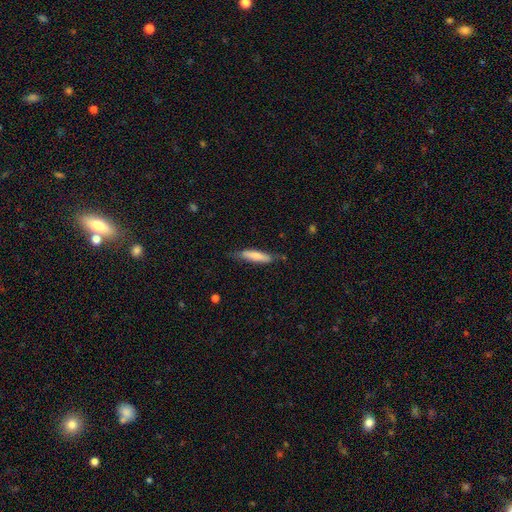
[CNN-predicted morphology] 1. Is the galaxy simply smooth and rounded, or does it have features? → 73% smooth, 22% featured or disk, 6% star or artifact.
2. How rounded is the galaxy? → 77% cigar-shaped, 22% in between, 1% round.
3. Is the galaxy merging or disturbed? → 70% none, 23% minor disturbance, 5% major disturbance, 2% merger.